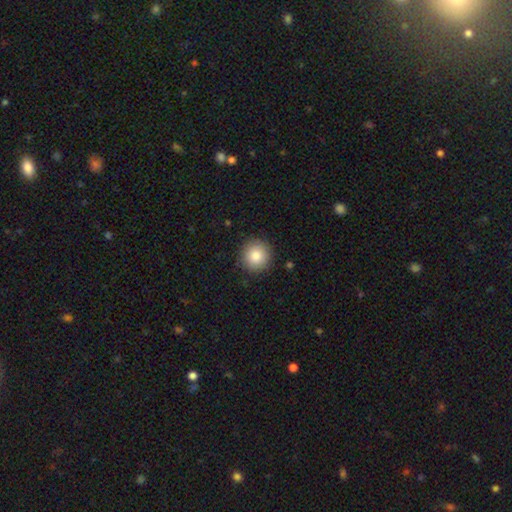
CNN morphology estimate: type=smooth (85%); roundness=round (94%); merging=none (90%).